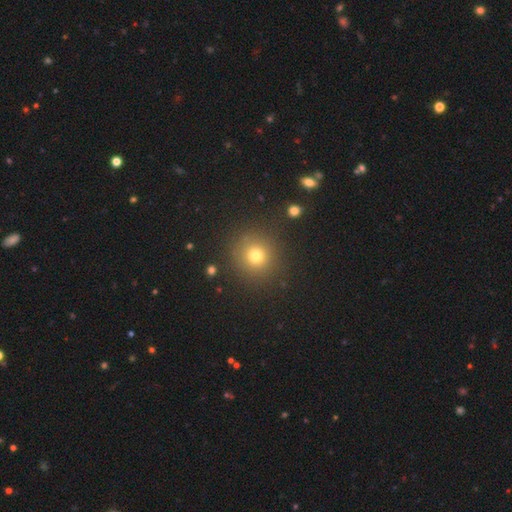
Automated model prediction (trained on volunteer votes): A smooth galaxy with no disk features (74%) that is round (93%). Merging: none (88%).